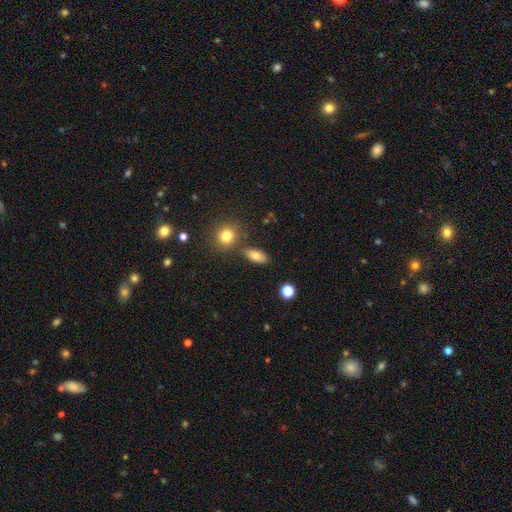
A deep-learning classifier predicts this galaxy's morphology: Smooth or featured? Predicted: smooth (p=0.79). How rounded? Predicted: in between (p=0.82). Merging? Predicted: none (p=0.79).